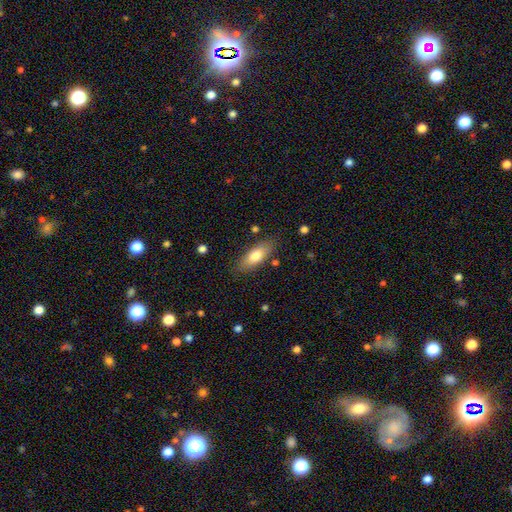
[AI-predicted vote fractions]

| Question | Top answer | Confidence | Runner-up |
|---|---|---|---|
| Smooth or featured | smooth | 74% | featured or disk (20%) |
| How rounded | in between | 71% | cigar-shaped (26%) |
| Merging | none | 82% | minor disturbance (13%) |